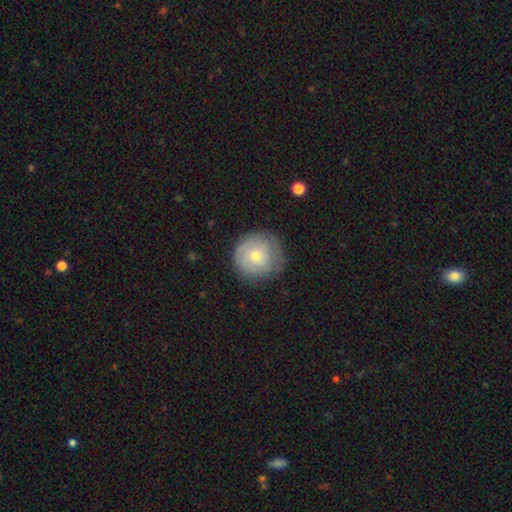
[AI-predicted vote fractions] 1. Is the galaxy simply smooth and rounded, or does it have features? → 58% smooth, 34% featured or disk, 8% star or artifact.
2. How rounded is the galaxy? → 93% round, 6% in between, 1% cigar-shaped.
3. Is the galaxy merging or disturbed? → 75% none, 18% minor disturbance, 6% major disturbance, 1% merger.